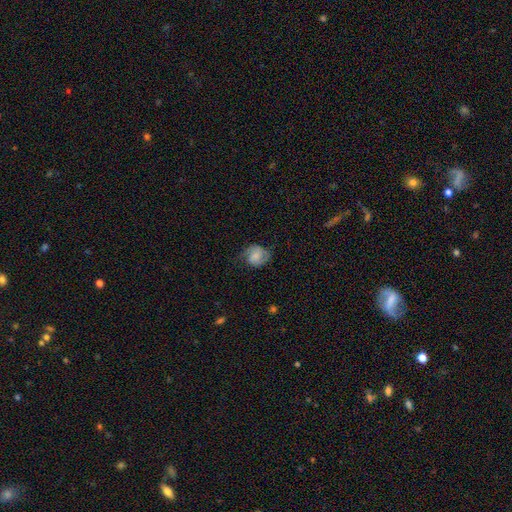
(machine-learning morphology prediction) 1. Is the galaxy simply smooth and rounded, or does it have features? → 48% featured or disk, 44% smooth, 8% star or artifact.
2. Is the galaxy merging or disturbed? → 58% none, 26% minor disturbance, 15% major disturbance, 1% merger.